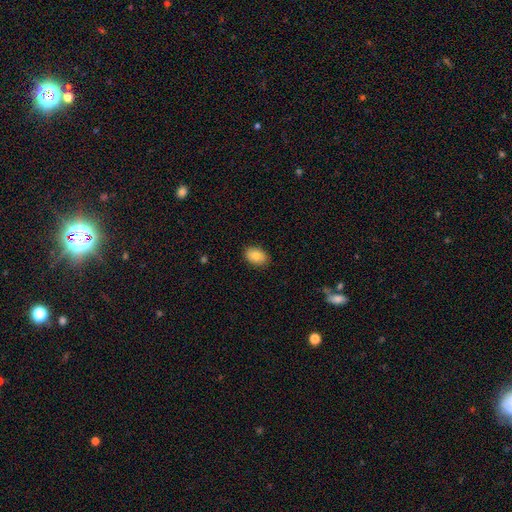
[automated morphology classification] Q: Smooth or featured?
A: smooth (81%); runner-up: featured or disk (11%)
Q: How rounded?
A: in between (81%); runner-up: round (18%)
Q: Merging?
A: none (88%); runner-up: minor disturbance (9%)